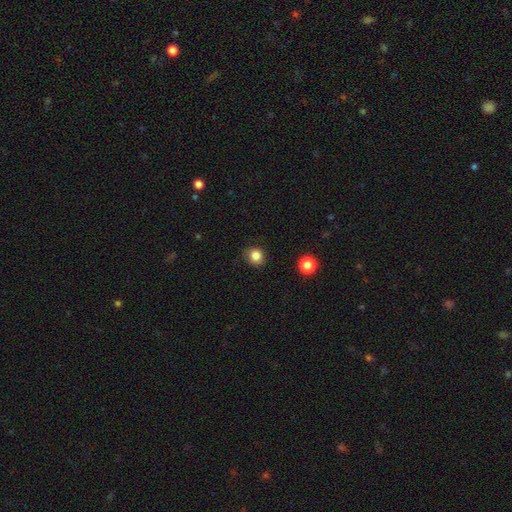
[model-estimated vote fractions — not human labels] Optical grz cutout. It shows a smooth galaxy with no disk features (83%) that is round (81%). Merging: none (85%).